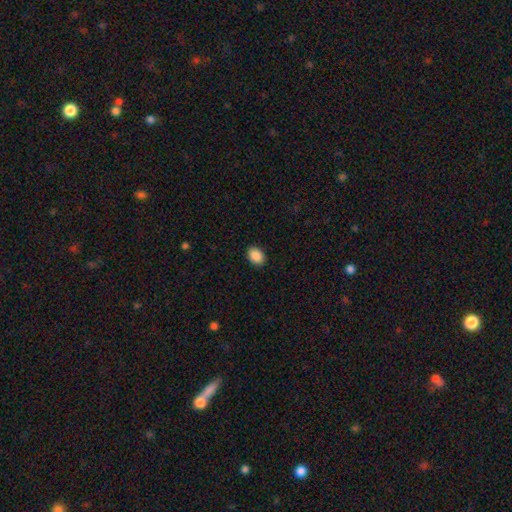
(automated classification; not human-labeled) smooth_or_featured: smooth (p=0.89) [alt: star or artifact p=0.08]
how_rounded: in between (p=0.74) [alt: round p=0.25]
merging: none (p=0.91) [alt: minor disturbance p=0.07]